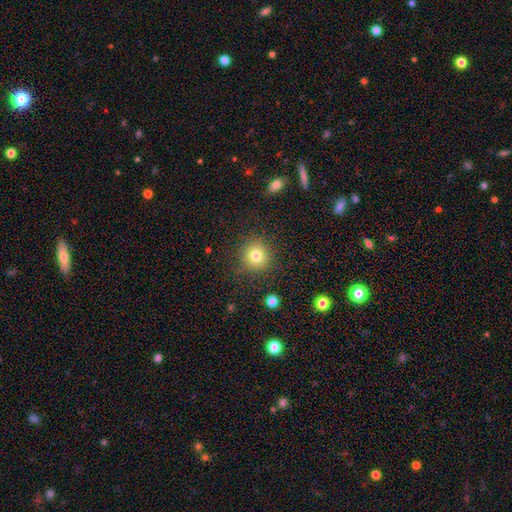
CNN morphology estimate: smooth 78%, star or artifact 13%, featured or disk 8%. Down the decision tree: how rounded — round (94%); merging — none (87%).